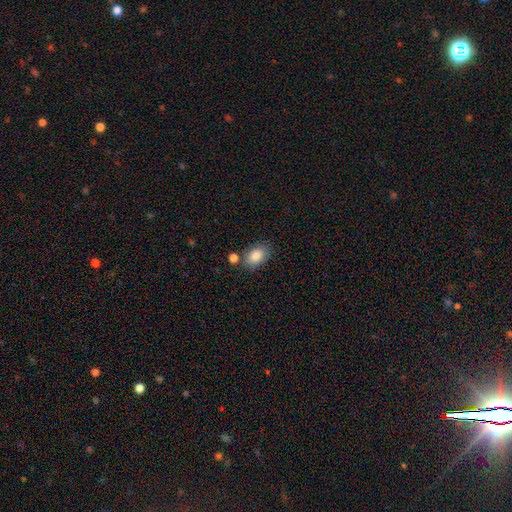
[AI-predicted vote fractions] This appears to be a smooth galaxy with no disk features (86%) that is in between round and cigar-shaped (87%). Merging: none (72%).